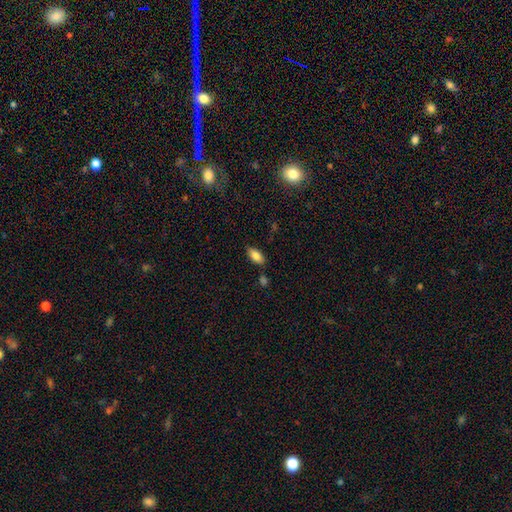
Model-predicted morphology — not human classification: Smooth or featured: smooth — 83% (featured or disk — 9%)
How rounded: in between — 89% (cigar-shaped — 8%)
Merging: none — 80% (minor disturbance — 13%)